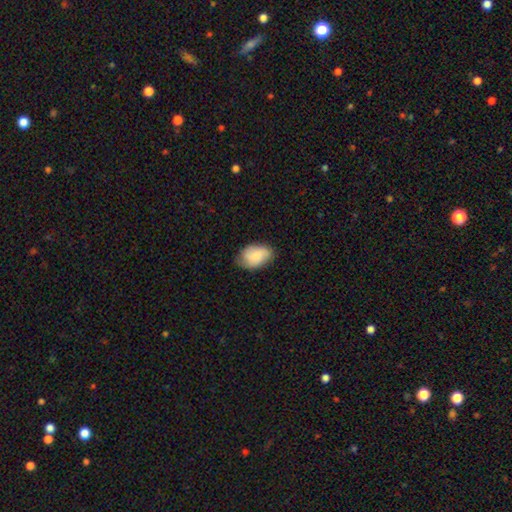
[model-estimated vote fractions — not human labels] A smooth galaxy with no disk features (82%) that is in between round and cigar-shaped (88%). Merging: none (69%).